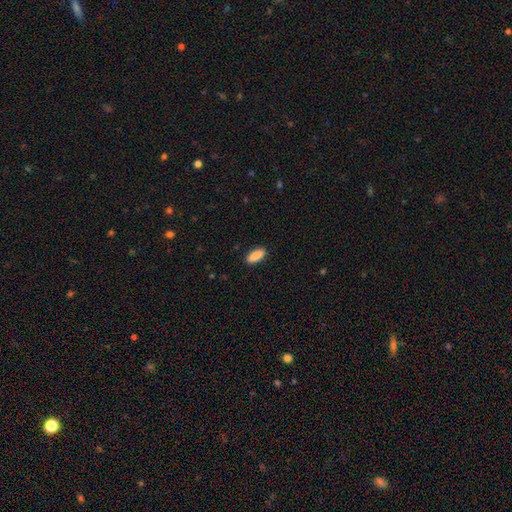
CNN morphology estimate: Overall: smooth (90%). How rounded: in between (78%). Merging: none (89%).